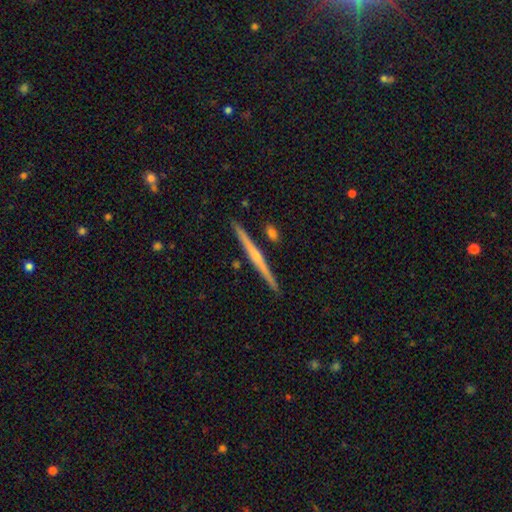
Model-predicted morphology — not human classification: Smooth or featured: featured or disk — 71% (smooth — 24%)
Edge-on disk: yes — 98% (no — 2%)
Edge-on bulge: rounded — 54% (none — 39%)
Merging: none — 90% (minor disturbance — 6%)